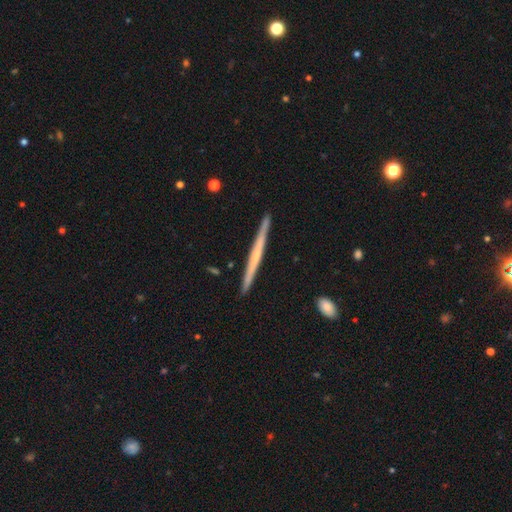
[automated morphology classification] This is likely a featured or disk galaxy (61%). It is clearly viewed edge-on (98%). Edge-on bulge: likely none (71%). Merging: clearly none (91%).